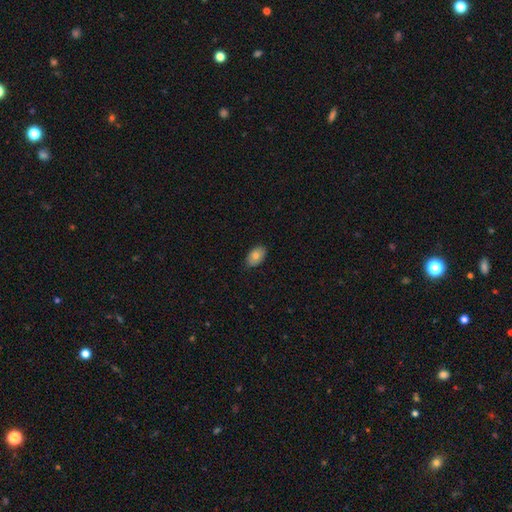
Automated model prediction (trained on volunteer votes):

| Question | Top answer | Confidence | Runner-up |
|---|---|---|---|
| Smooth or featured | smooth | 76% | featured or disk (16%) |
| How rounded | in between | 91% | round (8%) |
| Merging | none | 84% | minor disturbance (13%) |